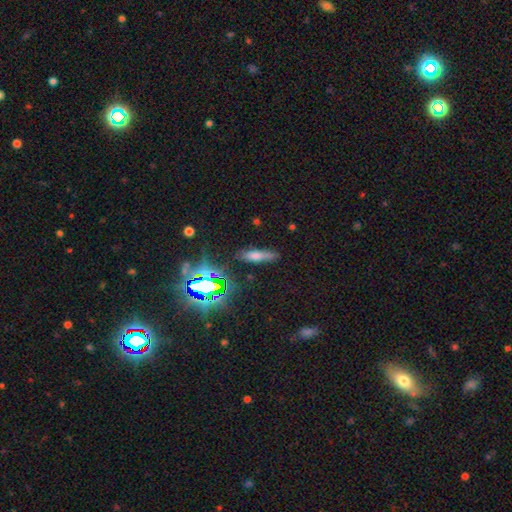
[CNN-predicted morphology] Smooth or featured? Predicted: smooth (p=0.55). How rounded? Predicted: cigar-shaped (p=0.69). Merging? Predicted: none (p=0.82).